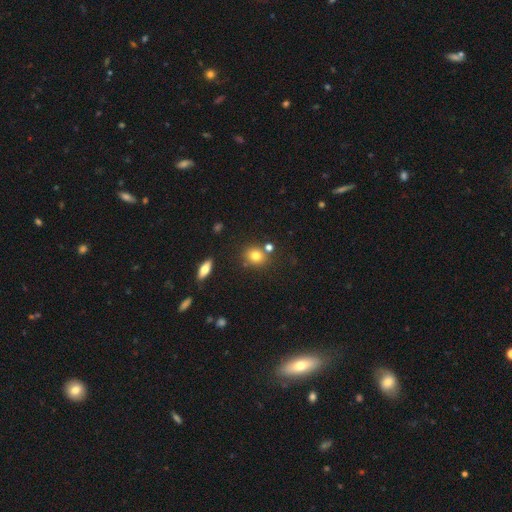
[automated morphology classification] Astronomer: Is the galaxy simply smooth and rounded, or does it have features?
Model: smooth — 77%.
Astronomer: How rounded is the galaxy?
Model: round — 71%.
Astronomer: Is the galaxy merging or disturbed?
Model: none — 73%.